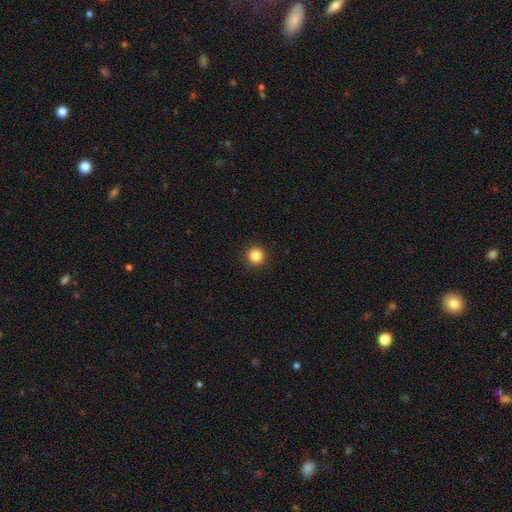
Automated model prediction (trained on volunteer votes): smooth 85%, star or artifact 11%, featured or disk 4%. Down the decision tree: how rounded — round (95%); merging — none (92%).